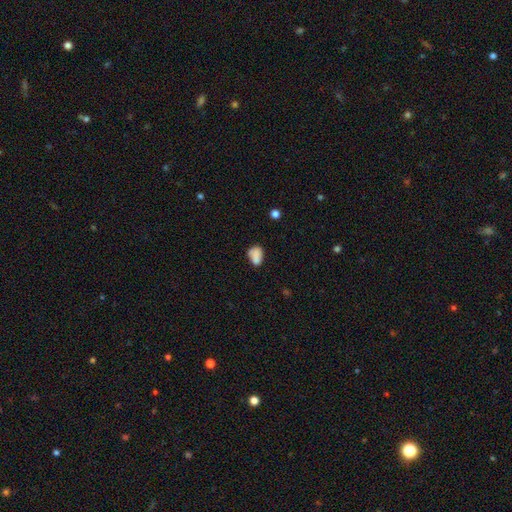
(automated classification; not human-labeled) Morphology: type=smooth (78%); roundness=in between (76%); merging=none (44%).